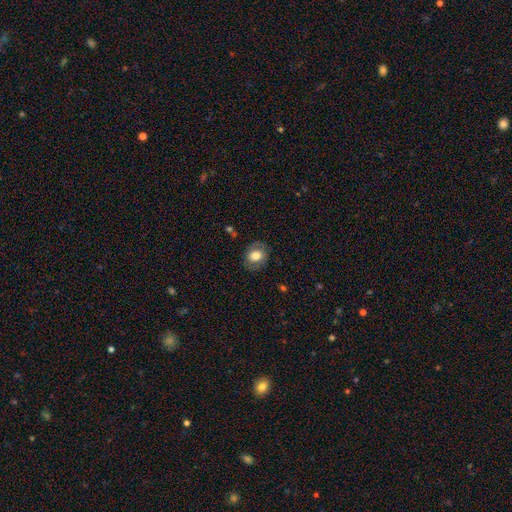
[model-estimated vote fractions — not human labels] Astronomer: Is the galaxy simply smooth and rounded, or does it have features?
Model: smooth — 72%.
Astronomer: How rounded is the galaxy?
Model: round — 54% (runner-up: in between, 45%).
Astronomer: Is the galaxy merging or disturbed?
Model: none — 81%.